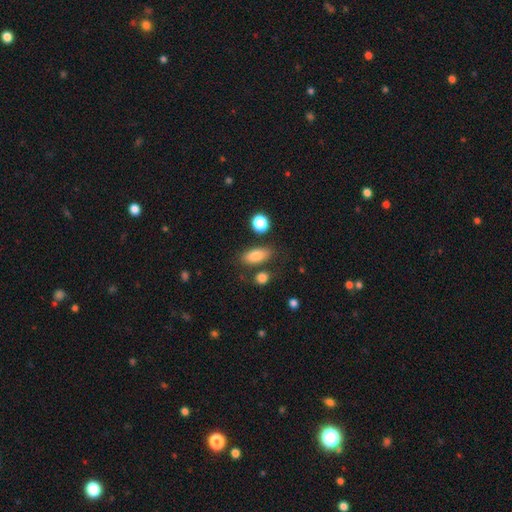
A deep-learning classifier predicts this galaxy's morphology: A smooth galaxy with no disk features (83%) that is in between round and cigar-shaped (83%).

Vote fractions:
- Smooth or featured? smooth: 83% / star or artifact: 9% / featured or disk: 8%
- How rounded? in between: 83% / cigar-shaped: 10% / round: 7%
- Merging? none: 76% / minor disturbance: 13% / merger: 7% / major disturbance: 4%